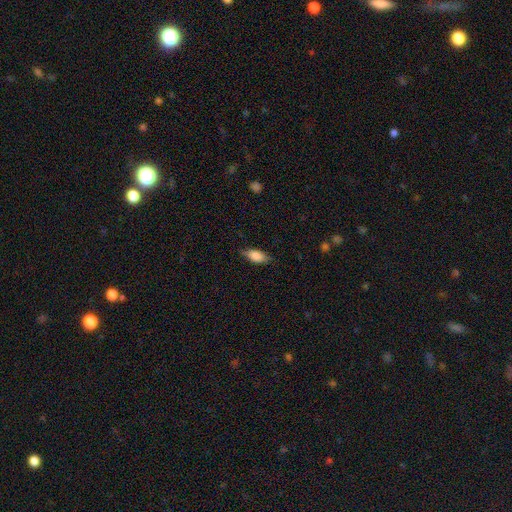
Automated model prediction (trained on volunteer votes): A smooth galaxy with no disk features (80%) that is in between round and cigar-shaped (83%).

Vote fractions:
- Smooth or featured? smooth: 80% / featured or disk: 13% / star or artifact: 7%
- How rounded? in between: 83% / cigar-shaped: 14% / round: 3%
- Merging? none: 78% / minor disturbance: 18% / major disturbance: 4% / merger: 1%